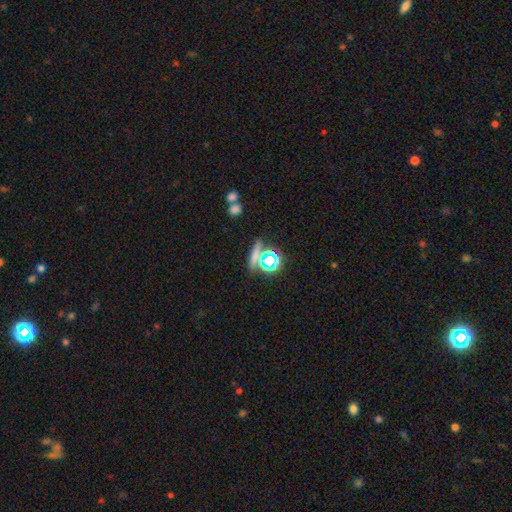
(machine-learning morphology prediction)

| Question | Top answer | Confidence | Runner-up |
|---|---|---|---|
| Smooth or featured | smooth | 46% | star or artifact (38%) |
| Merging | none | 70% | merger (12%) |